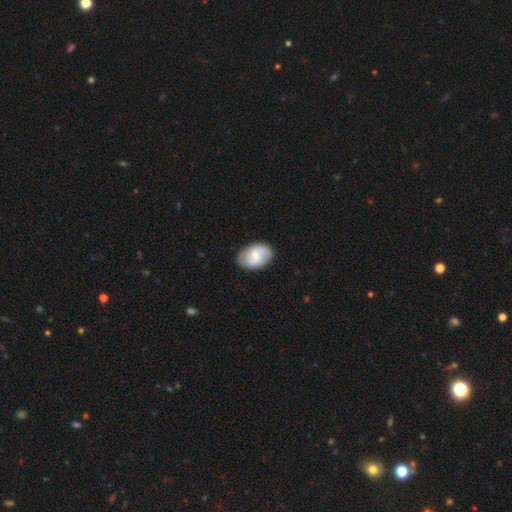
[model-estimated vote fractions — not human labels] smooth 56%, featured or disk 37%, star or artifact 6%. Down the decision tree: how rounded — in between (85%); merging — none (83%).